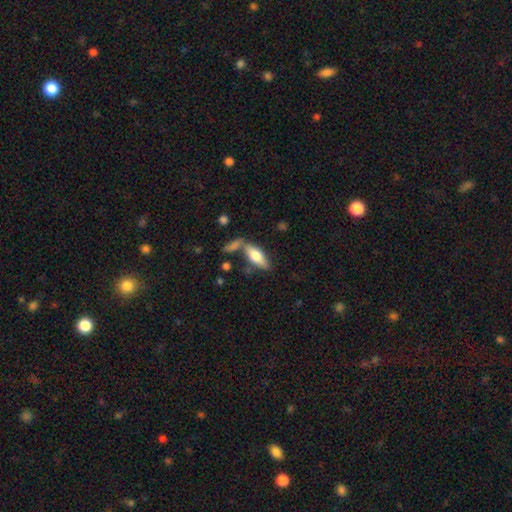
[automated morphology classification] type=smooth (67%); roundness=in between (67%); merging=none (60%).